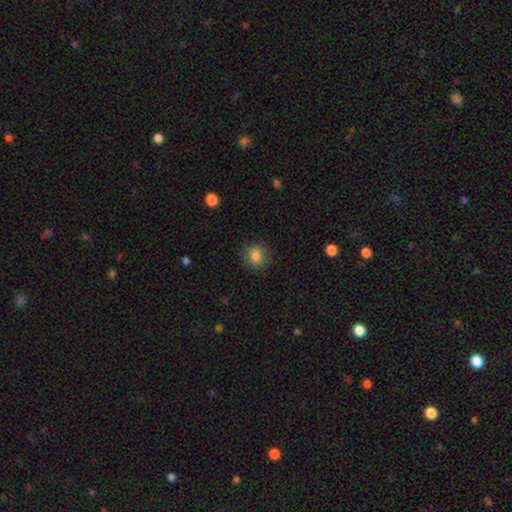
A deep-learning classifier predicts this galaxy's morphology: Smooth or featured? smooth (84%)
How rounded? round (77%)
Merging? none (85%)